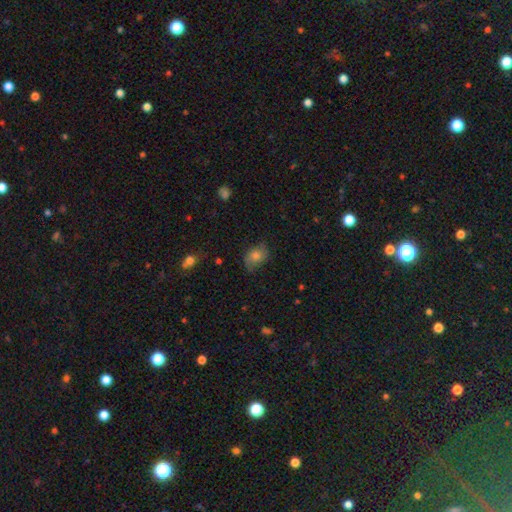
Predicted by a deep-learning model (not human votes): Smooth or featured?
  - smooth: 56% *
  - featured or disk: 29%
  - star or artifact: 14%
How rounded?
  - in between: 63% *
  - round: 35%
  - cigar-shaped: 1%
Merging?
  - none: 63% *
  - minor disturbance: 25%
  - major disturbance: 11%
  - merger: 1%